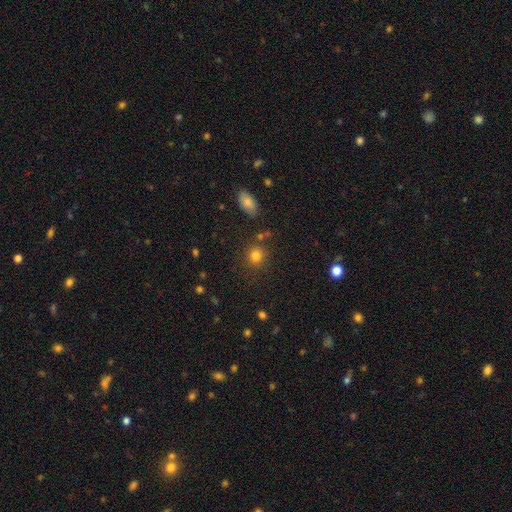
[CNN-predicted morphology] type=smooth (82%); roundness=round (85%); merging=none (80%).